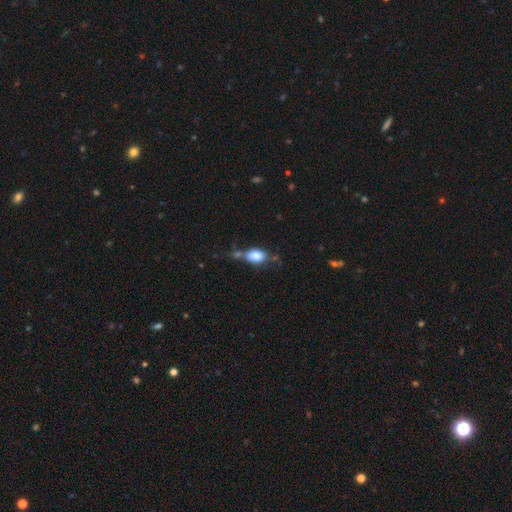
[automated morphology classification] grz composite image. It shows a smooth galaxy with no disk features (79%) that is in between round and cigar-shaped (85%). Merging: none (46%).